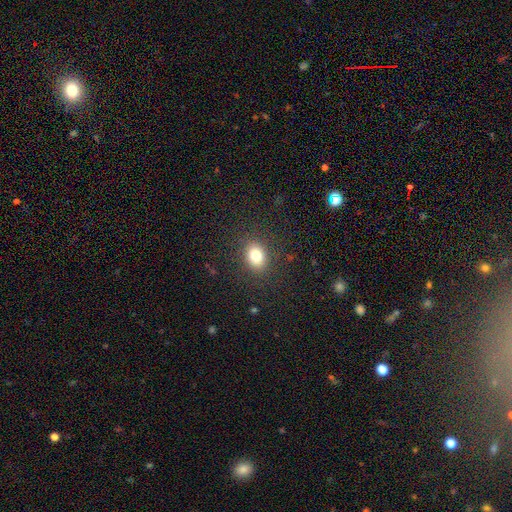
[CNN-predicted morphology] This is clearly a smooth galaxy (80%). How rounded: likely in between (60%). Merging: clearly none (87%).